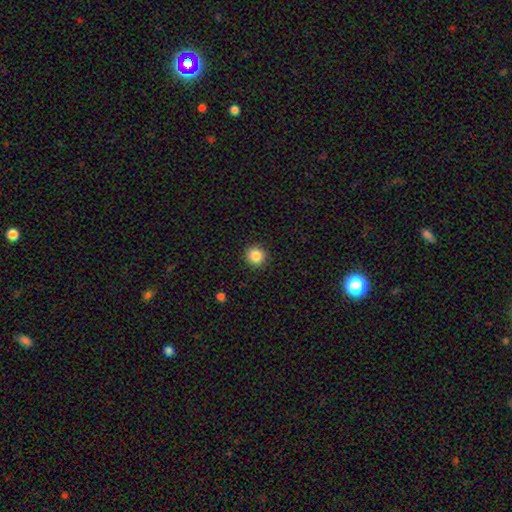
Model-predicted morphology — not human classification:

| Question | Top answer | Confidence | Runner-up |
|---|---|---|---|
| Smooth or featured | smooth | 87% | star or artifact (10%) |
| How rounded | round | 93% | in between (6%) |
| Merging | none | 91% | minor disturbance (6%) |